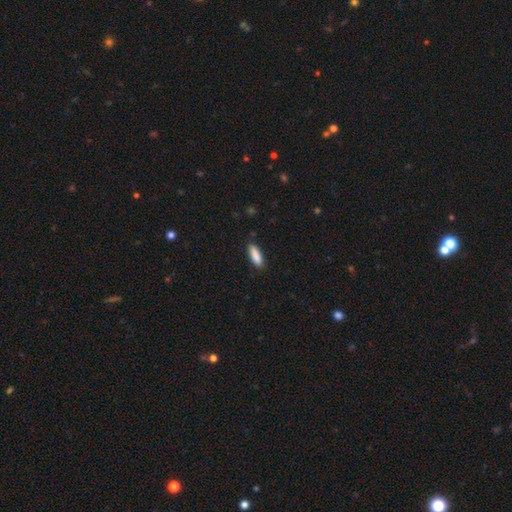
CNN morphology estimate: smooth 88%, star or artifact 6%, featured or disk 6%. Down the decision tree: how rounded — in between (49%, tied with cigar-shaped); merging — none (86%).